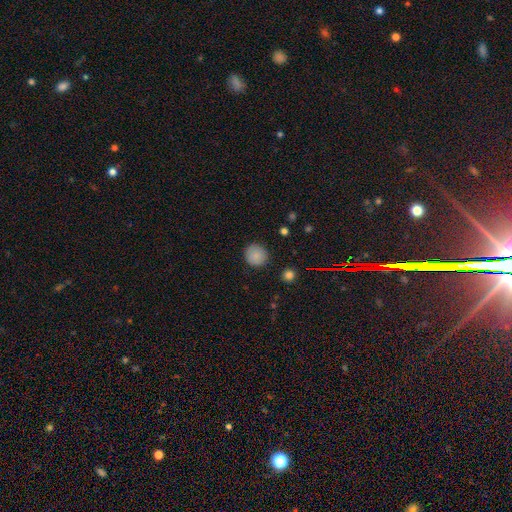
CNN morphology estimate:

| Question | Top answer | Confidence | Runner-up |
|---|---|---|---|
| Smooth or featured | smooth | 85% | star or artifact (10%) |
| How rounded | round | 91% | in between (8%) |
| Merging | none | 89% | minor disturbance (8%) |